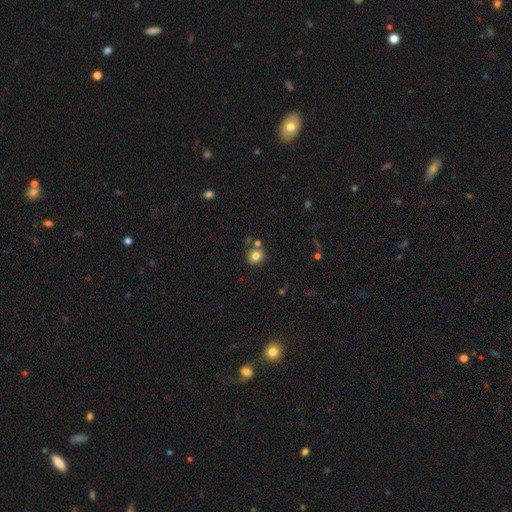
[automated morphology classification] type=smooth (81%); roundness=round (82%); merging=none (75%).